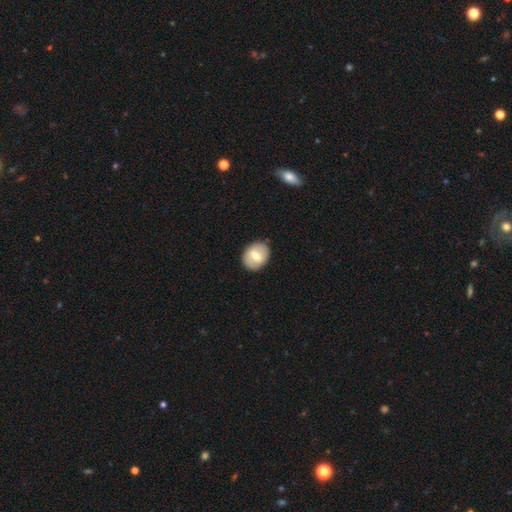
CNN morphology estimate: smooth-or-featured: smooth: 63% | featured or disk: 30% | star or artifact: 7%
  how-rounded: in between: 53% | round: 46% | cigar-shaped: 1%
  merging: none: 87% | minor disturbance: 9% | major disturbance: 2% | merger: 1%